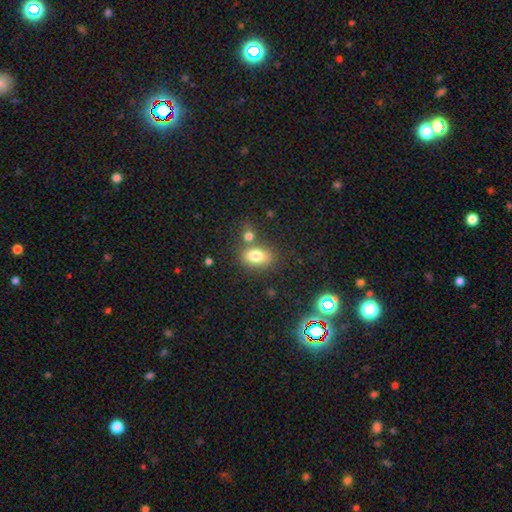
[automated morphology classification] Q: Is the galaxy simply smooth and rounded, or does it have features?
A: smooth — 78%.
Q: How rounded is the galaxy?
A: in between — 80%.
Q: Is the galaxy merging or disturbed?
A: none — 62%.